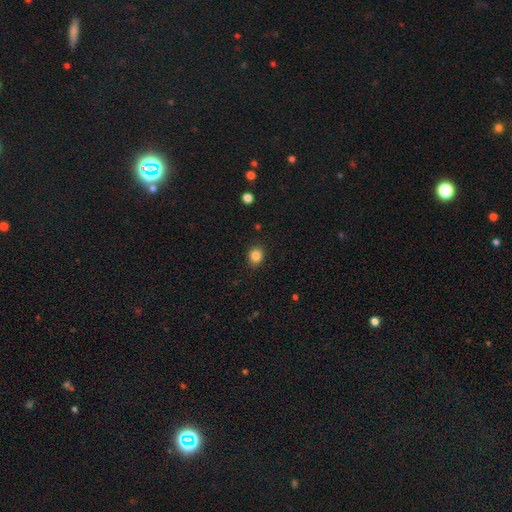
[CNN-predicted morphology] Smooth or featured? smooth (85%)
How rounded? round (59%)
Merging? none (88%)